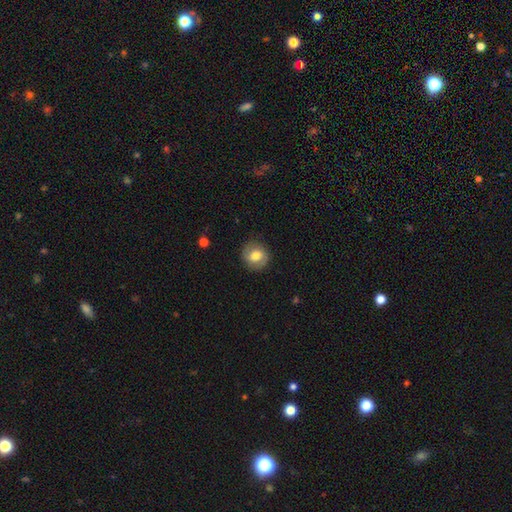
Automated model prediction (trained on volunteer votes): This is possibly a smooth galaxy (56%). How rounded: clearly round (83%). Merging: clearly none (85%).